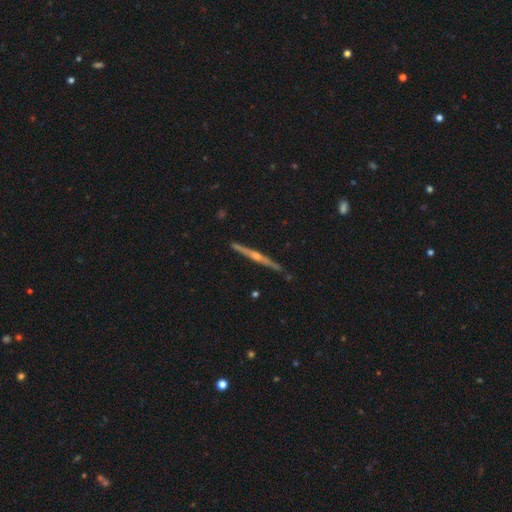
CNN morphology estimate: This is clearly a featured or disk galaxy (82%). It is clearly viewed edge-on (98%). Edge-on bulge: clearly rounded (83%). Merging: clearly none (90%).